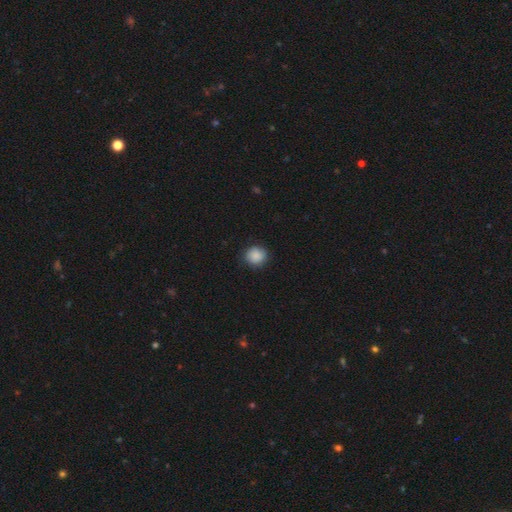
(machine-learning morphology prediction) smooth 88%, star or artifact 8%, featured or disk 4%. Down the decision tree: how rounded — round (89%); merging — none (87%).